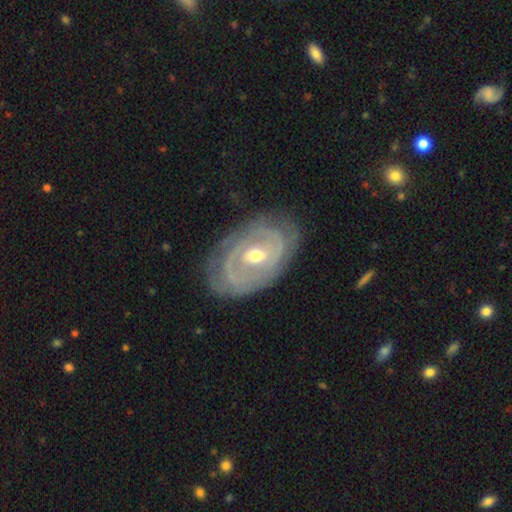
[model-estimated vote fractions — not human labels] The model was most divided on "bar": no: 45%, weak: 40%, strong: 15%. Remaining: edge-on disk — no (95%); spiral arms — yes (88%); smooth or featured — featured or disk (84%); merging — none (75%); spiral winding — tight (72%); bulge size — moderate (60%); spiral arm count — 2 (40%).